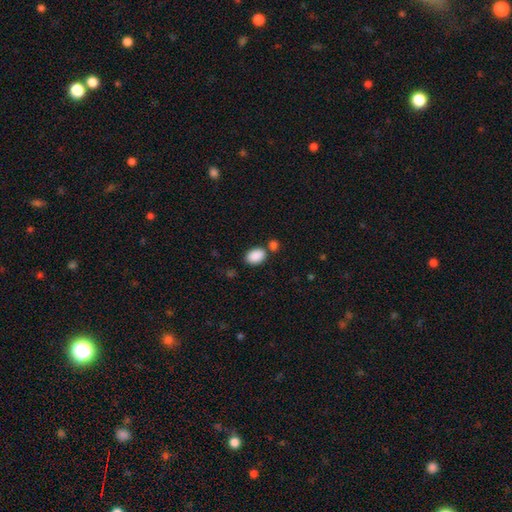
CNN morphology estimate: Smooth or featured: smooth — 89% (star or artifact — 8%)
How rounded: in between — 85% (round — 14%)
Merging: none — 68% (merger — 16%)